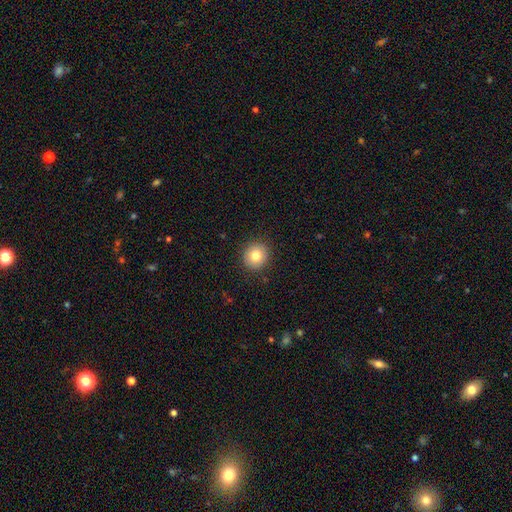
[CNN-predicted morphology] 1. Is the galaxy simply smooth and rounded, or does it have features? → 80% smooth, 11% featured or disk, 10% star or artifact.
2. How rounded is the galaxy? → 87% round, 12% in between, 1% cigar-shaped.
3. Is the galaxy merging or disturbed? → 90% none, 7% minor disturbance, 2% major disturbance, 1% merger.